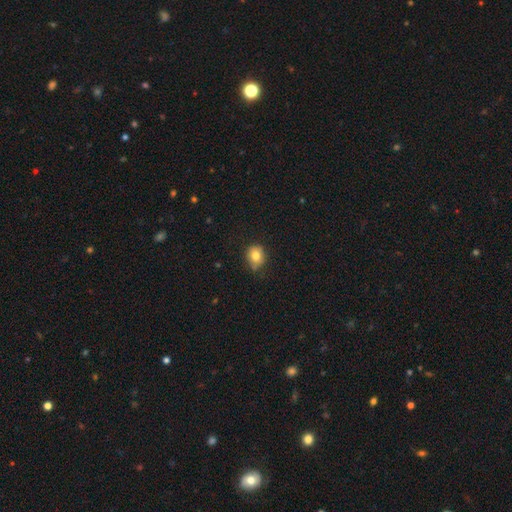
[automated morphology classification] Smooth or featured? smooth (80%)
How rounded? round (69%)
Merging? none (69%)